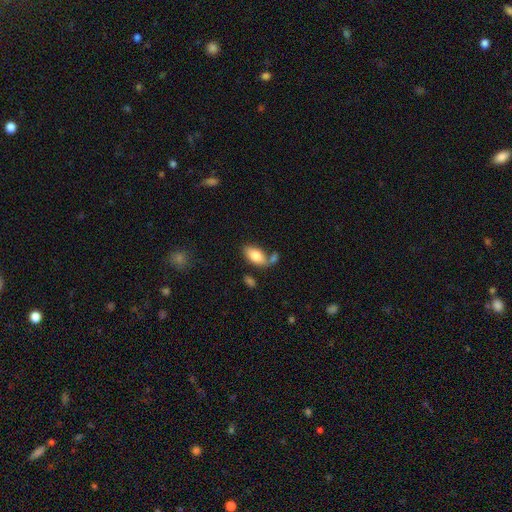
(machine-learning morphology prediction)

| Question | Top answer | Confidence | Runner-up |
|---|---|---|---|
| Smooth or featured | smooth | 80% | featured or disk (13%) |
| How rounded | in between | 93% | cigar-shaped (4%) |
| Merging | none | 59% | merger (20%) |